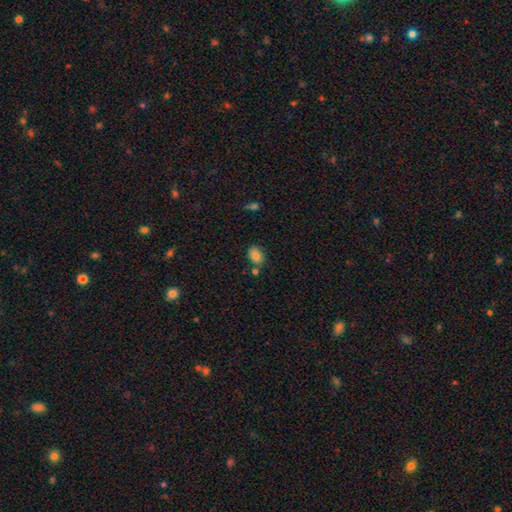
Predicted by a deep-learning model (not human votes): smooth 83%, star or artifact 10%, featured or disk 7%. Down the decision tree: how rounded — in between (74%); merging — none (70%).